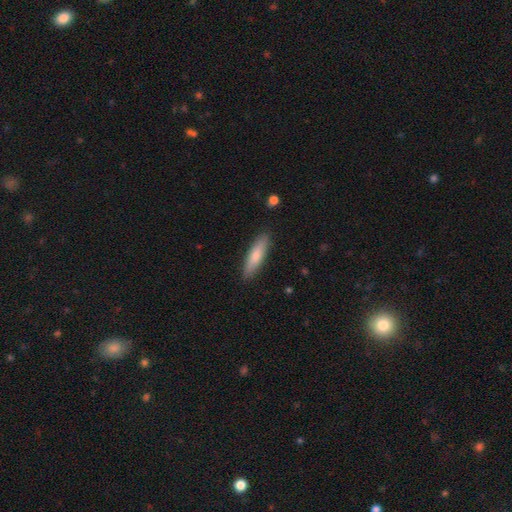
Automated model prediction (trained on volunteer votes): smooth-or-featured: smooth: 77% | featured or disk: 17% | star or artifact: 6%
  how-rounded: cigar-shaped: 69% | in between: 30% | round: 2%
  merging: none: 88% | minor disturbance: 9% | major disturbance: 2% | merger: 1%